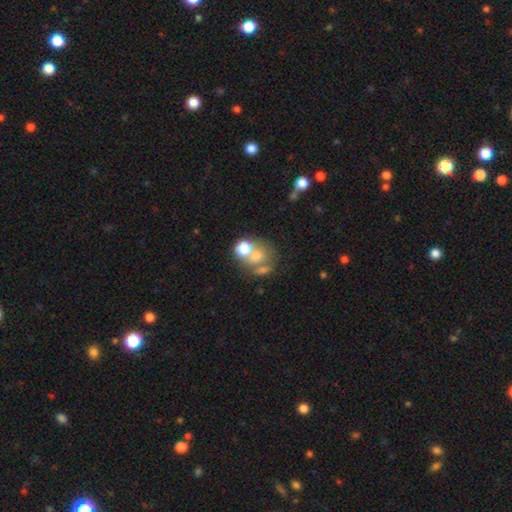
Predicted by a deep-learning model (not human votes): Smooth or featured?
  - smooth: 61% *
  - featured or disk: 22%
  - star or artifact: 17%
How rounded?
  - round: 62% *
  - in between: 36%
  - cigar-shaped: 1%
Merging?
  - merger: 45% *
  - none: 34%
  - major disturbance: 10%
  - minor disturbance: 10%